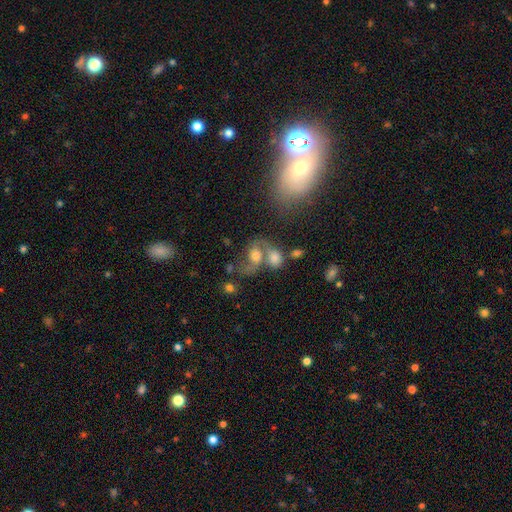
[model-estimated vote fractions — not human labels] smooth-or-featured: featured or disk: 45% | smooth: 33% | star or artifact: 22%
  merging: merger: 38% | none: 35% | major disturbance: 14% | minor disturbance: 13%